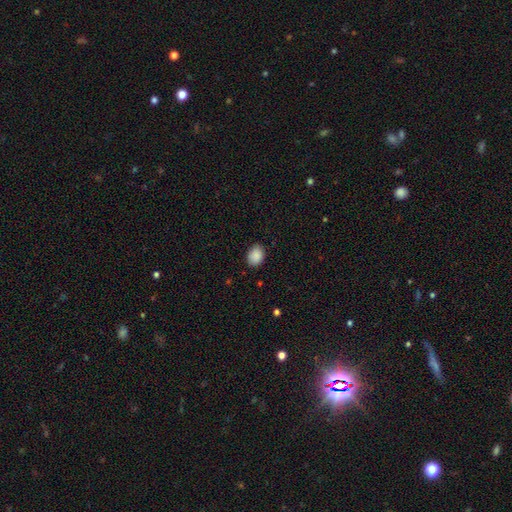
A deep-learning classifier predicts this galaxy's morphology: This appears to be a smooth galaxy with no disk features (89%) that is in between round and cigar-shaped (68%). Merging: none (85%).